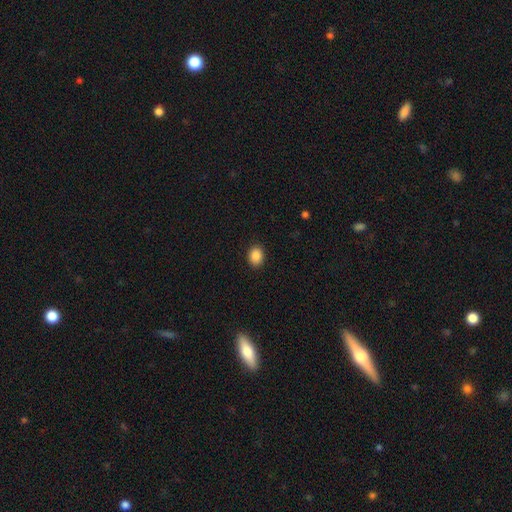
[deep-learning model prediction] Morphology: type=smooth (88%); roundness=in between (53%); merging=none (90%).